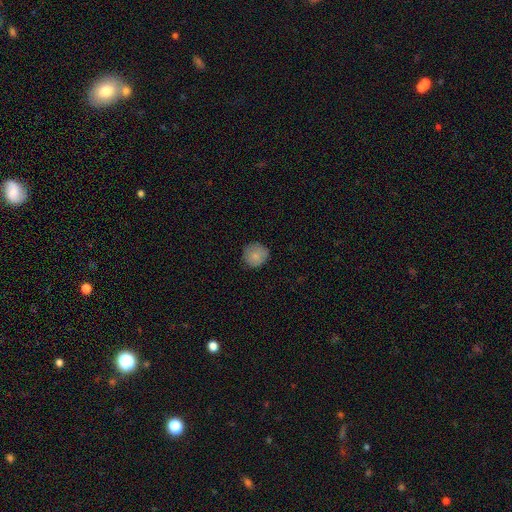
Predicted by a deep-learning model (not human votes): Overall: smooth (84%). How rounded: round (92%). Merging: none (83%).